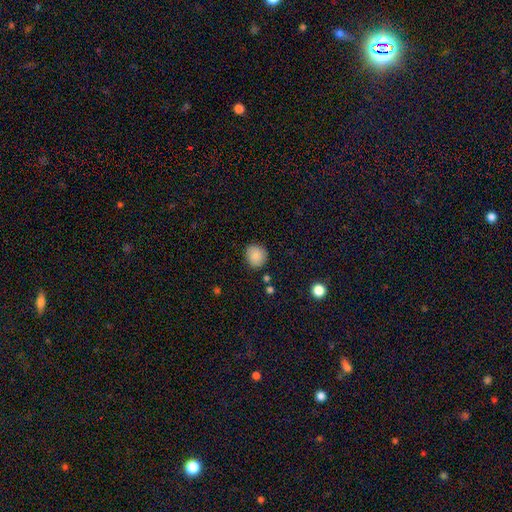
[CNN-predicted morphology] Smooth or featured: smooth — 86% (star or artifact — 8%)
How rounded: round — 79% (in between — 20%)
Merging: none — 83% (minor disturbance — 13%)